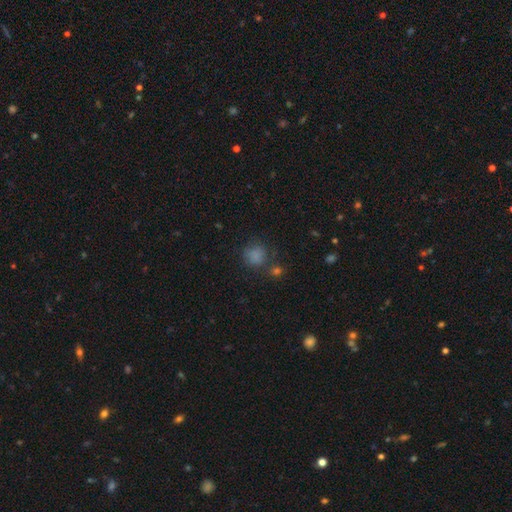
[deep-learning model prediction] This is likely a smooth galaxy (79%). How rounded: clearly round (81%). Merging: likely none (66%).